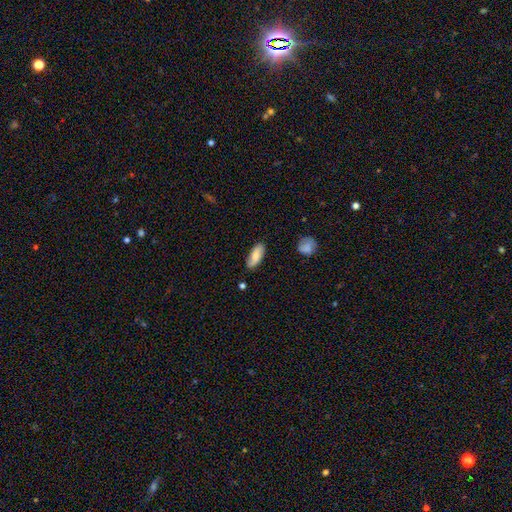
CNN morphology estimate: smooth 68%, featured or disk 26%, star or artifact 6%. Down the decision tree: how rounded — in between (82%); merging — none (76%).